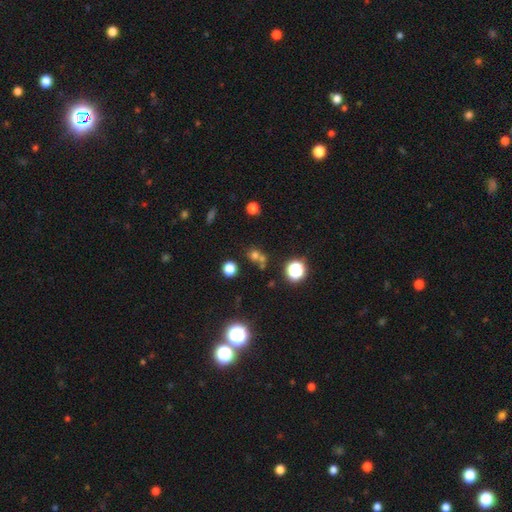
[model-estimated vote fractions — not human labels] A smooth galaxy with no disk features (59%) that is round (85%).

Vote fractions:
- Smooth or featured? smooth: 59% / star or artifact: 30% / featured or disk: 11%
- How rounded? round: 85% / in between: 14% / cigar-shaped: 1%
- Merging? none: 54% / merger: 35% / minor disturbance: 8% / major disturbance: 4%